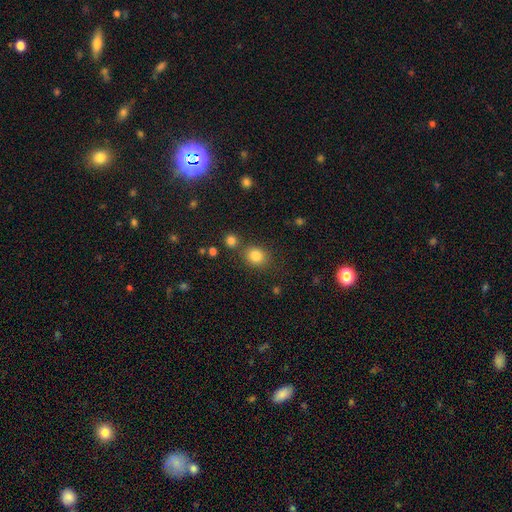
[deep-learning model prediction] smooth_or_featured: smooth (p=0.83) [alt: star or artifact p=0.11]
how_rounded: round (p=0.65) [alt: in between p=0.34]
merging: none (p=0.73) [alt: merger p=0.12]